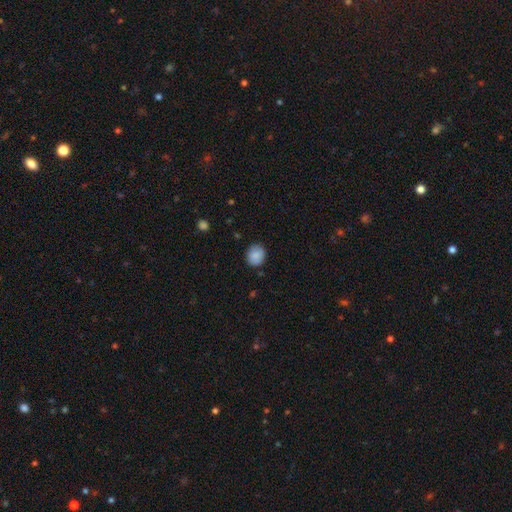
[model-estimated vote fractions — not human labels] A smooth galaxy with no disk features (85%) that is round (69%). Merging: none (84%).